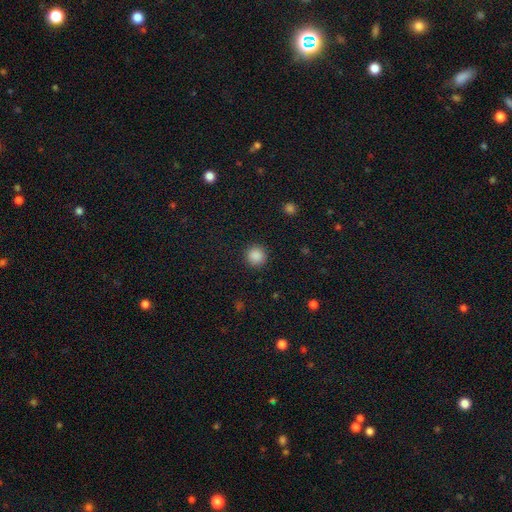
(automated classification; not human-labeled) Overall: smooth (87%). How rounded: round (93%). Merging: none (91%).